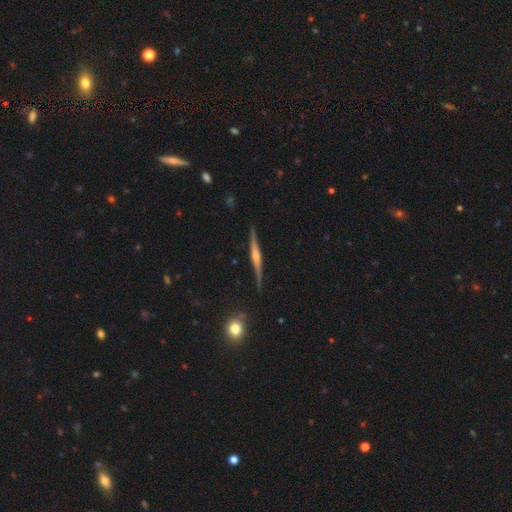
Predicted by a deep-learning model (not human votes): Overall: featured or disk (76%). Edge-on disk: yes (98%). Edge-on bulge: rounded (69%). Merging: none (87%).